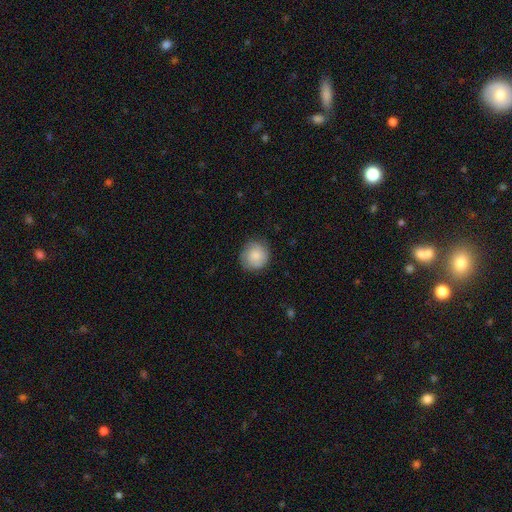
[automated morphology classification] This is clearly a smooth galaxy (83%). How rounded: clearly round (91%). Merging: clearly none (82%).